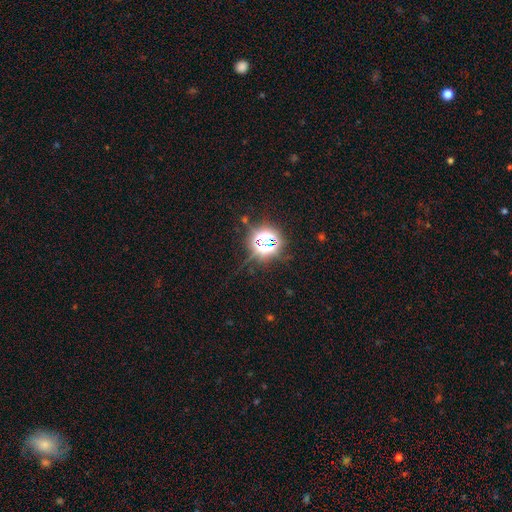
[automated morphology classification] Smooth or featured? Predicted: star or artifact (p=0.75).